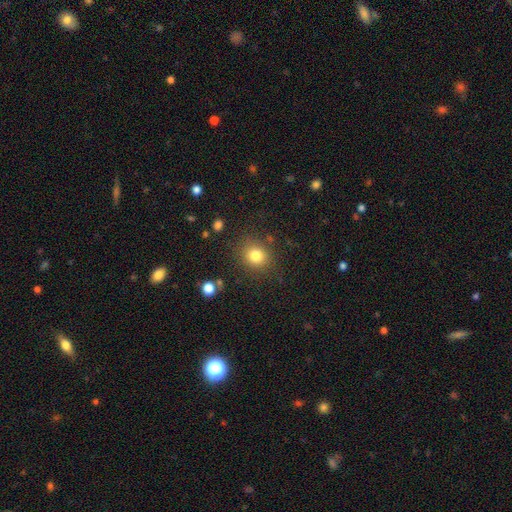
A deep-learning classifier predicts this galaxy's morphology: This appears to be a smooth galaxy with no disk features (80%) that is round (76%). Merging: none (83%).